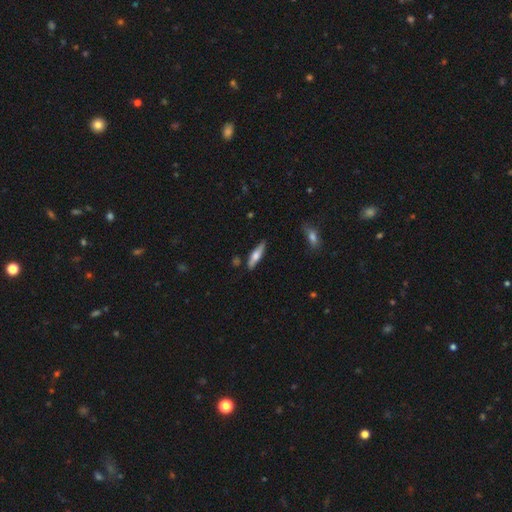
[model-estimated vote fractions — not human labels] smooth-or-featured: smooth: 50% | featured or disk: 44% | star or artifact: 6%
  how-rounded: cigar-shaped: 73% | in between: 25% | round: 2%
  merging: none: 80% | minor disturbance: 14% | merger: 3% | major disturbance: 3%